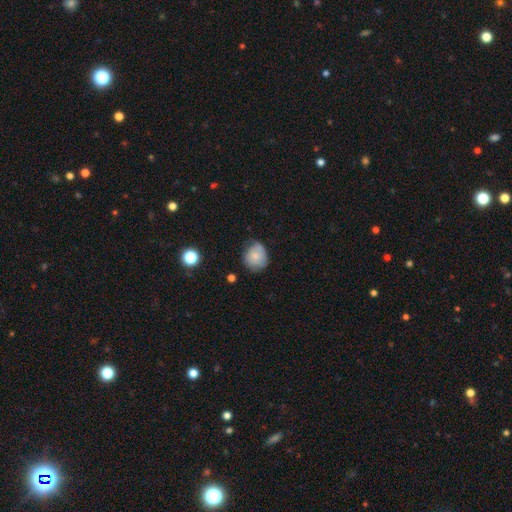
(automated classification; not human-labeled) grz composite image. It shows a smooth galaxy with no disk features (74%) that is round (72%). Merging: none (55%).